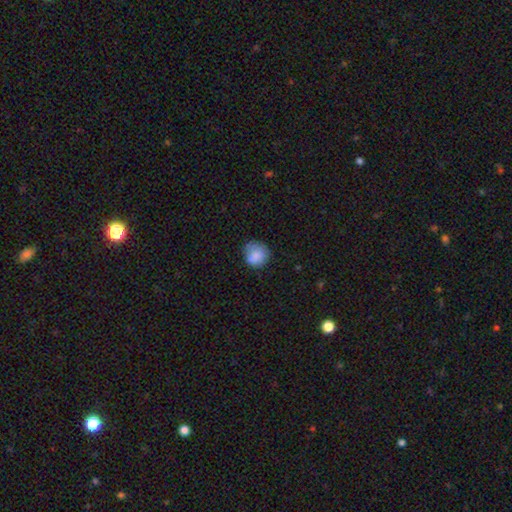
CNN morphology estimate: Smooth or featured? Predicted: smooth (p=0.83). How rounded? Predicted: round (p=0.84). Merging? Predicted: none (p=0.61).